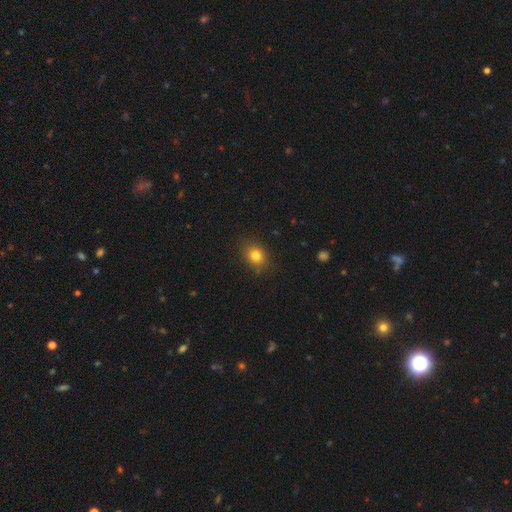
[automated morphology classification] Smooth or featured?
  - smooth: 81% *
  - star or artifact: 12%
  - featured or disk: 7%
How rounded?
  - round: 56% *
  - in between: 43%
  - cigar-shaped: 1%
Merging?
  - none: 84% *
  - minor disturbance: 12%
  - major disturbance: 3%
  - merger: 1%